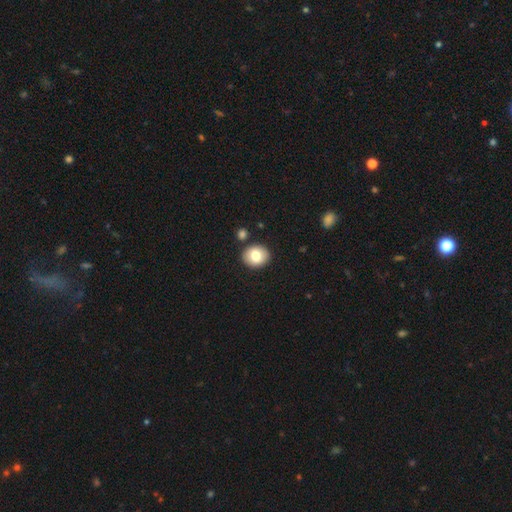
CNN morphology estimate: smooth-or-featured: smooth: 77% | featured or disk: 15% | star or artifact: 8%
  how-rounded: round: 61% | in between: 38% | cigar-shaped: 1%
  merging: none: 85% | minor disturbance: 8% | merger: 5% | major disturbance: 2%